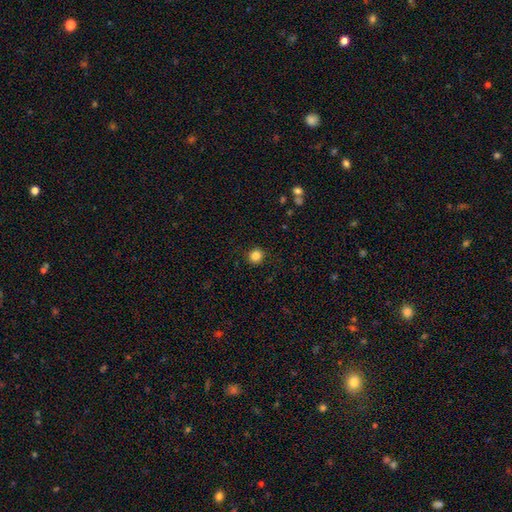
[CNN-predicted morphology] A smooth galaxy with no disk features (84%) that is round (92%).

Vote fractions:
- Smooth or featured? smooth: 84% / star or artifact: 12% / featured or disk: 4%
- How rounded? round: 92% / in between: 7% / cigar-shaped: 1%
- Merging? none: 91% / minor disturbance: 6% / major disturbance: 2% / merger: 1%